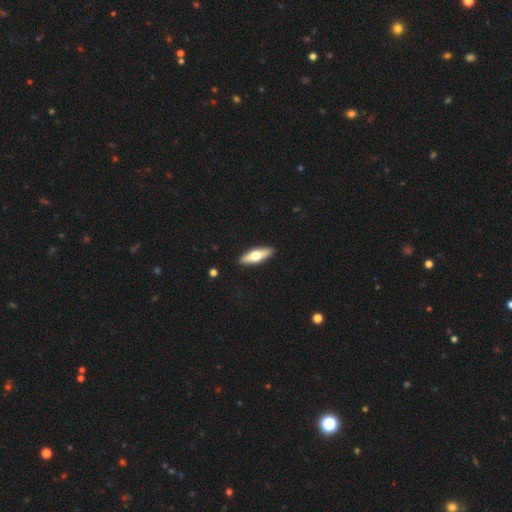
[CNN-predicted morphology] Smooth or featured?
  - smooth: 54% *
  - featured or disk: 41%
  - star or artifact: 5%
How rounded?
  - cigar-shaped: 51% *
  - in between: 47%
  - round: 2%
Merging?
  - none: 91% *
  - minor disturbance: 7%
  - major disturbance: 2%
  - merger: 1%